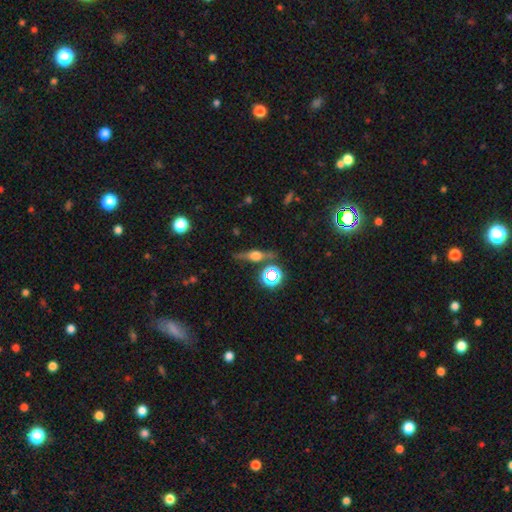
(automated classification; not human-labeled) Smooth or featured? Predicted: featured or disk (p=0.50). Edge-on disk? Predicted: yes (p=0.88). Merging? Predicted: none (p=0.74).